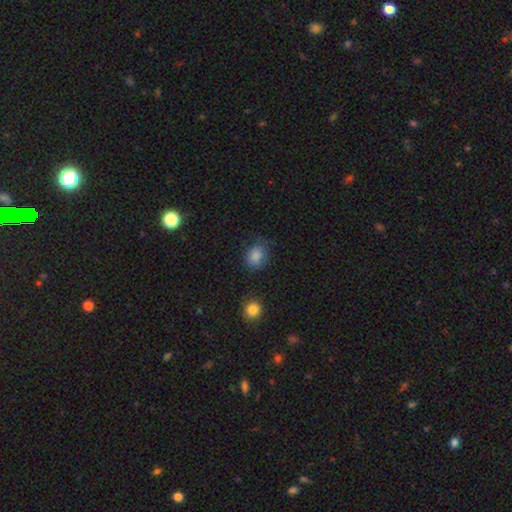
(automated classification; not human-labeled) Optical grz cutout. It shows a smooth galaxy with no disk features (86%) that is round (60%). Merging: none (69%).